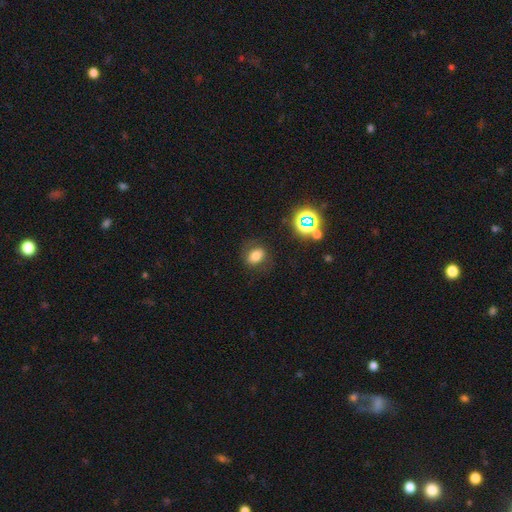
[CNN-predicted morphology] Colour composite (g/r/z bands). It shows a smooth galaxy with no disk features (69%) that is in between round and cigar-shaped (65%). Merging: none (76%).